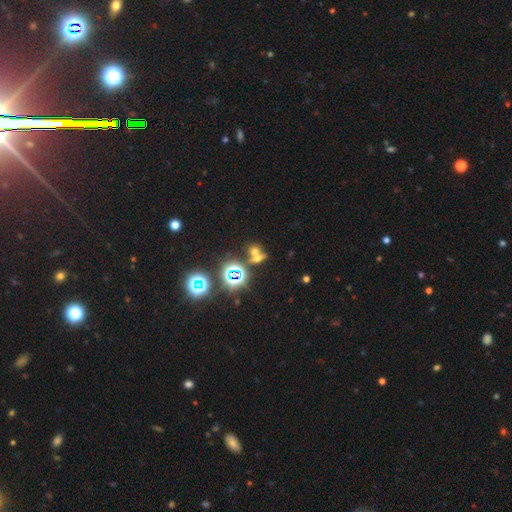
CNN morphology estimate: A smooth galaxy with no disk features (45%).

Vote fractions:
- Smooth or featured? smooth: 45% / star or artifact: 40% / featured or disk: 15%
- Merging? merger: 49% / none: 40% / minor disturbance: 7% / major disturbance: 4%